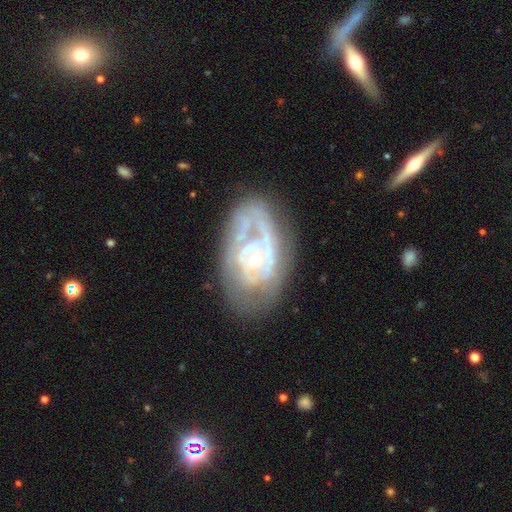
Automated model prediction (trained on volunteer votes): This appears to be a featured or disk galaxy (79%) with no bar (67%), tight (59%) spiral arms (70%) and a small central bulge (65%). Merging: none (57%).